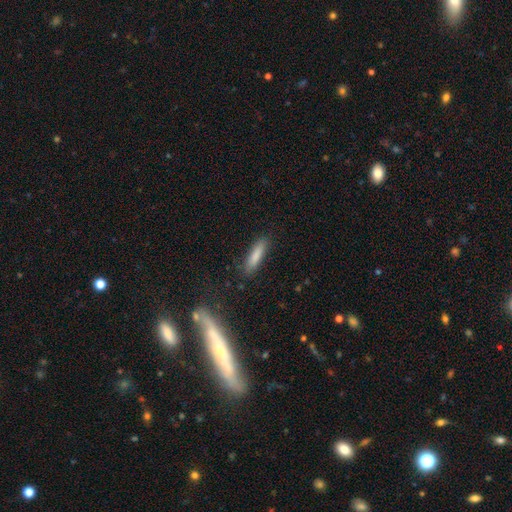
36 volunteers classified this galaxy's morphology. This appears to be a smooth galaxy with no disk features (94%) that is cigar-shaped (85%). Merging: none (78%).